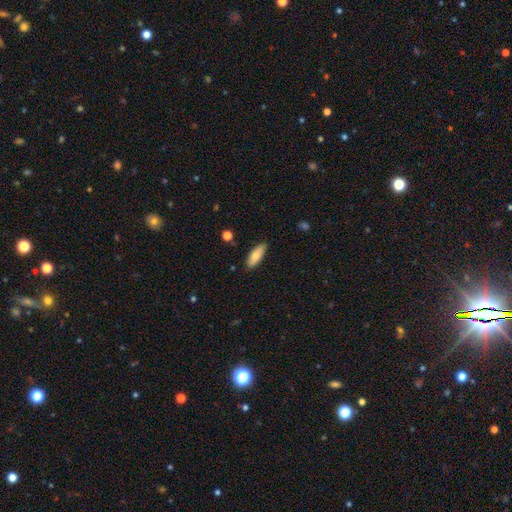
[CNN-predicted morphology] A smooth galaxy with no disk features (80%) that is in between round and cigar-shaped (68%).

Vote fractions:
- Smooth or featured? smooth: 80% / featured or disk: 13% / star or artifact: 6%
- How rounded? in between: 68% / cigar-shaped: 30% / round: 2%
- Merging? none: 84% / minor disturbance: 12% / major disturbance: 2% / merger: 1%